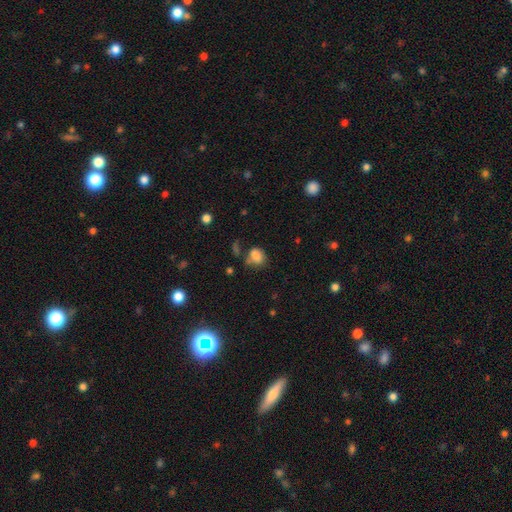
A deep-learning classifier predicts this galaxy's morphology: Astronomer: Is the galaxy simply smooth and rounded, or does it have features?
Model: smooth — 81%.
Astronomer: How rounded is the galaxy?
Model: in between — 57% (runner-up: round, 42%).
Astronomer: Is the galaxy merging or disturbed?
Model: none — 53%.